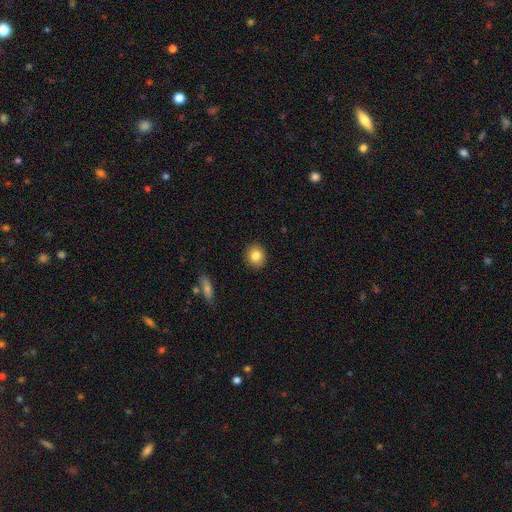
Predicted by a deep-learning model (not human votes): Smooth or featured? Predicted: smooth (p=0.83). How rounded? Predicted: round (p=0.83). Merging? Predicted: none (p=0.91).